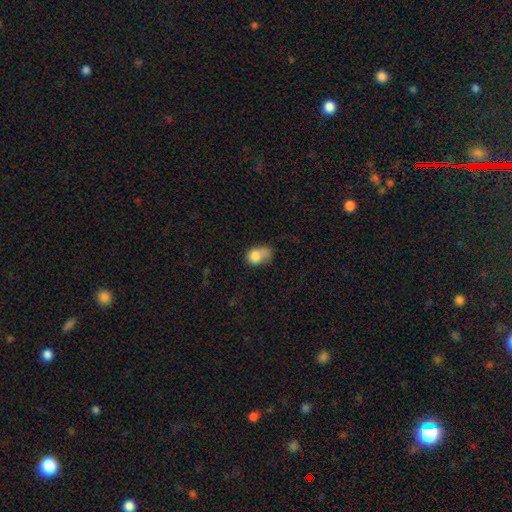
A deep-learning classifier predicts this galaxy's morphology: A smooth galaxy with no disk features (79%) that is in between round and cigar-shaped (53%). Merging: merger (30%).